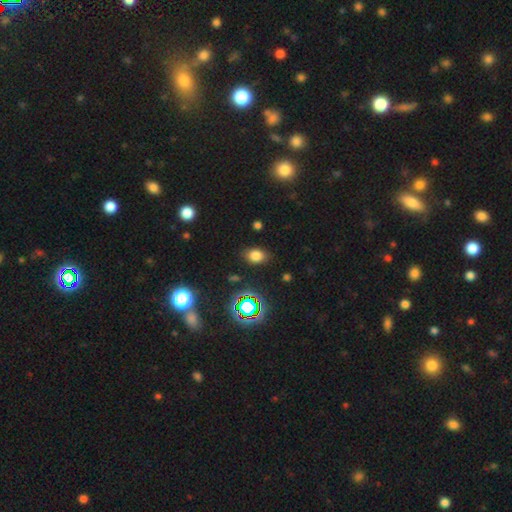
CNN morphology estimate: smooth 73%, star or artifact 20%, featured or disk 7%. Down the decision tree: how rounded — in between (72%); merging — none (83%).